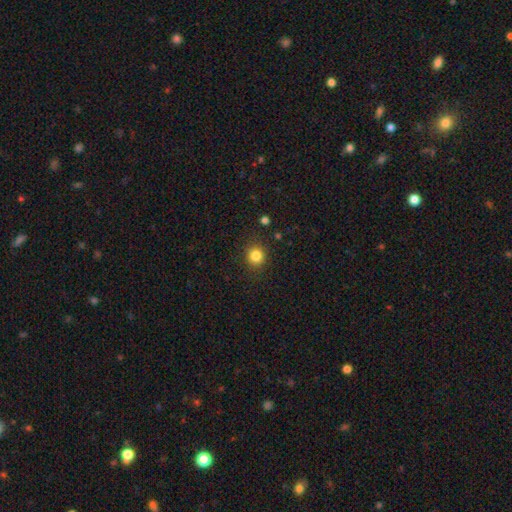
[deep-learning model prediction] smooth 84%, star or artifact 12%, featured or disk 5%. Down the decision tree: how rounded — round (88%); merging — none (89%).